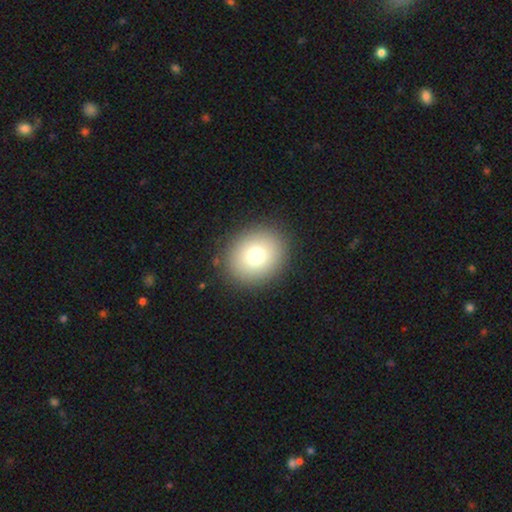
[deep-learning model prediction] Smooth or featured?
  - smooth: 76% *
  - star or artifact: 12%
  - featured or disk: 12%
How rounded?
  - round: 72% *
  - in between: 27%
  - cigar-shaped: 1%
Merging?
  - none: 89% *
  - minor disturbance: 7%
  - major disturbance: 3%
  - merger: 1%